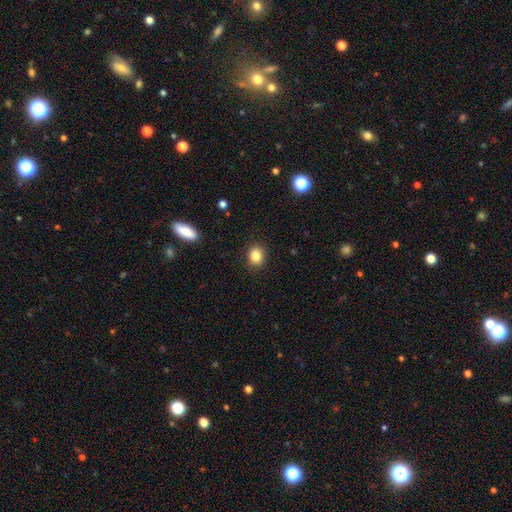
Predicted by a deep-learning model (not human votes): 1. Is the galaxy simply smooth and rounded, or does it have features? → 85% smooth, 10% star or artifact, 6% featured or disk.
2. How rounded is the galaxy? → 59% round, 40% in between, 1% cigar-shaped.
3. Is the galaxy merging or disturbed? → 88% none, 9% minor disturbance, 2% major disturbance, 1% merger.